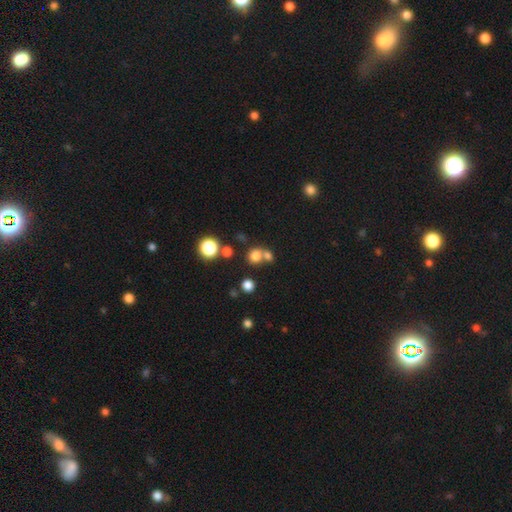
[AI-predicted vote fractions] Smooth or featured? Predicted: smooth (p=0.75). How rounded? Predicted: round (p=0.81). Merging? Predicted: none (p=0.49).